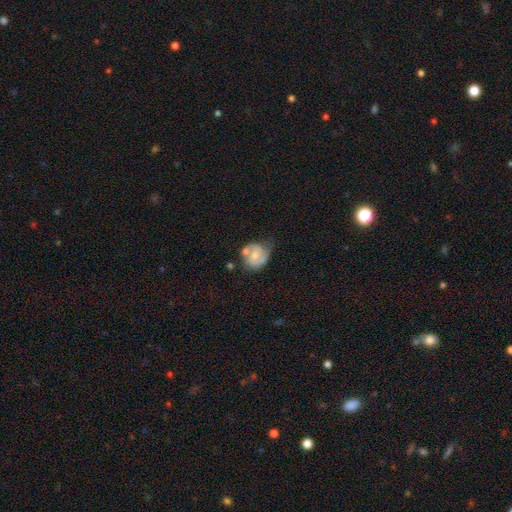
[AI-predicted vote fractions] smooth_or_featured: featured or disk (p=0.68) [alt: smooth p=0.26]
disk_edge_on: no (p=0.98) [alt: yes p=0.02]
bar: no (p=0.60) [alt: weak p=0.34]
has_spiral_arms: yes (p=0.88) [alt: no p=0.12]
spiral_winding: medium (p=0.46) [alt: tight p=0.36]
spiral_arm_count: 2 (p=0.77) [alt: can't tell p=0.11]
bulge_size: small (p=0.46) [alt: moderate p=0.42]
merging: none (p=0.45) [alt: minor disturbance p=0.26]